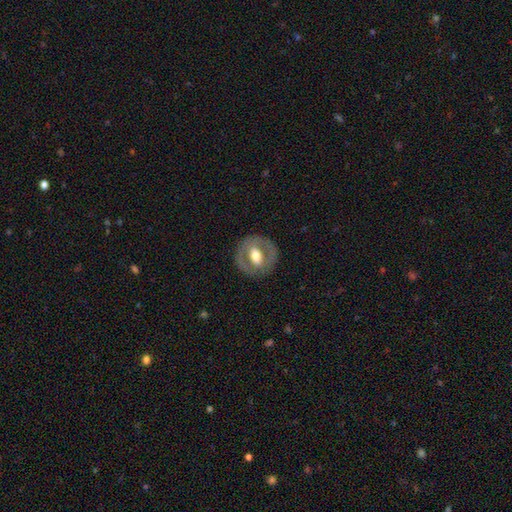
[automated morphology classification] The model was most divided on "bar": no: 41%, weak: 34%, strong: 25%. More confident: edge-on disk — no (93%); merging — none (82%); spiral arms — no (79%); bulge size — moderate (66%); smooth or featured — featured or disk (58%).